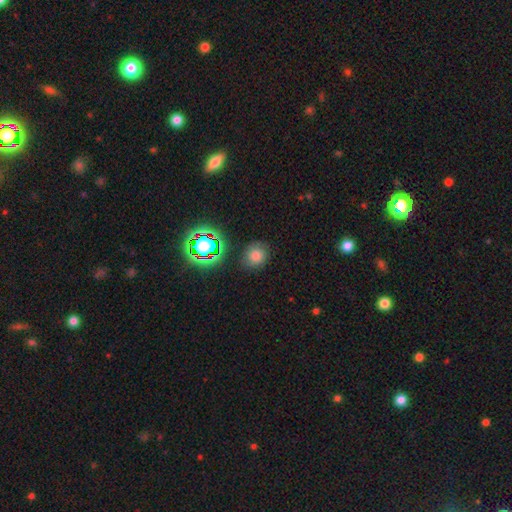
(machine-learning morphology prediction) smooth_or_featured: smooth (p=0.72) [alt: star or artifact p=0.19]
how_rounded: round (p=0.75) [alt: in between p=0.24]
merging: none (p=0.81) [alt: minor disturbance p=0.13]